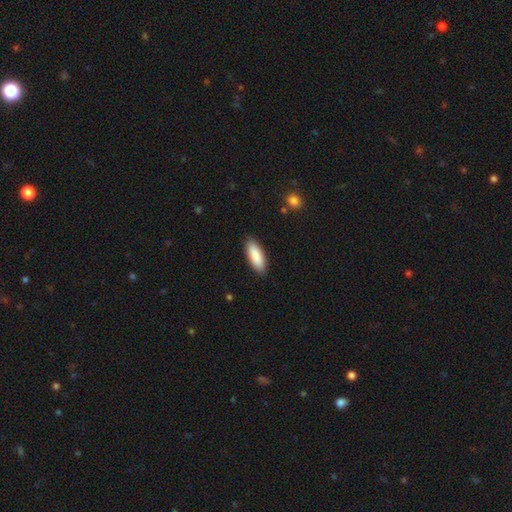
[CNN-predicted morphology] Smooth or featured: smooth — 89% (star or artifact — 5%)
How rounded: in between — 68% (cigar-shaped — 30%)
Merging: none — 88% (minor disturbance — 9%)